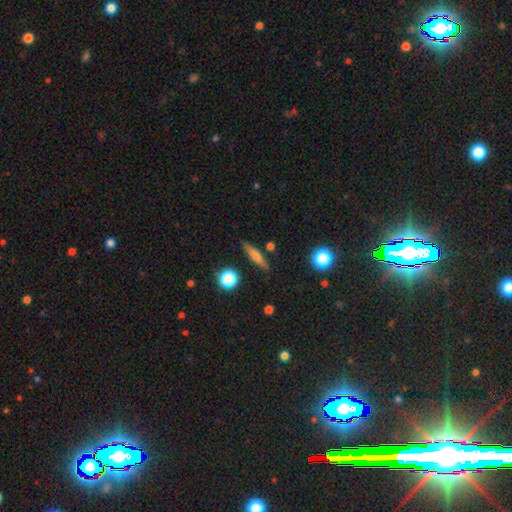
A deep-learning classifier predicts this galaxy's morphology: smooth 58%, featured or disk 33%, star or artifact 9%. Down the decision tree: how rounded — cigar-shaped (81%); merging — none (85%).